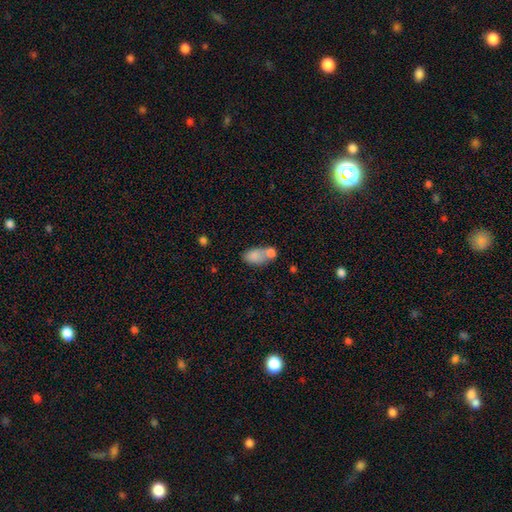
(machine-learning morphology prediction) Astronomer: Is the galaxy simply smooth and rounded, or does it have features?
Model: smooth — 77%.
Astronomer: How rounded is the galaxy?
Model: in between — 87%.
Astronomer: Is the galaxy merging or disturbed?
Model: merger — 50% (runner-up: none, 29%).